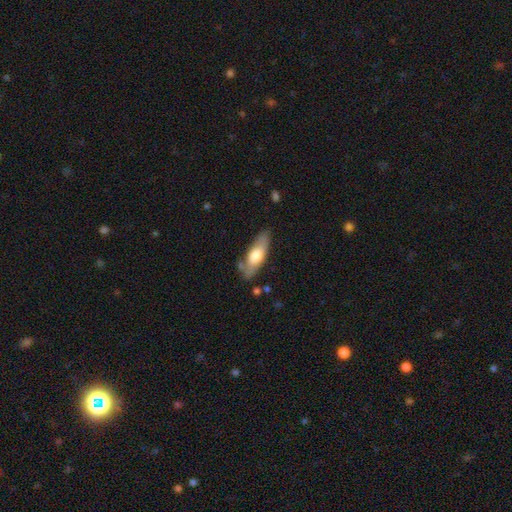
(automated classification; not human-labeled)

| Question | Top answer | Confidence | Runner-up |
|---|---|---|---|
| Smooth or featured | smooth | 61% | featured or disk (34%) |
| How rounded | in between | 58% | cigar-shaped (39%) |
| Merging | none | 76% | minor disturbance (17%) |